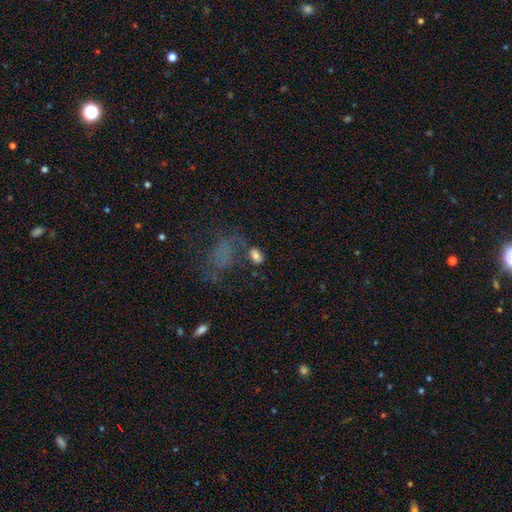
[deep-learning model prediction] Smooth or featured? Predicted: smooth (p=0.75). How rounded? Predicted: in between (p=0.89). Merging? Predicted: none (p=0.55).